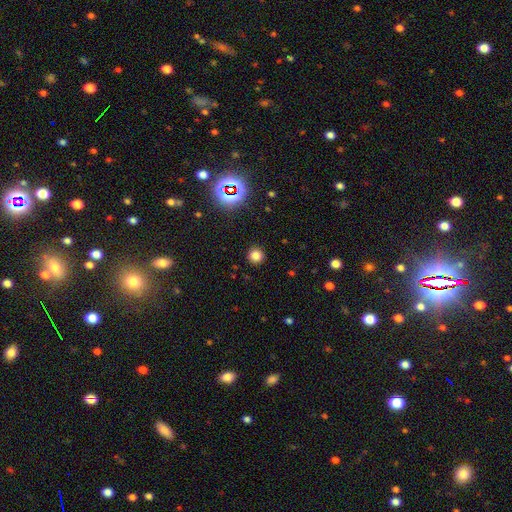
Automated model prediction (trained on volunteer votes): Morphology: type=smooth (78%); roundness=round (92%); merging=none (91%).